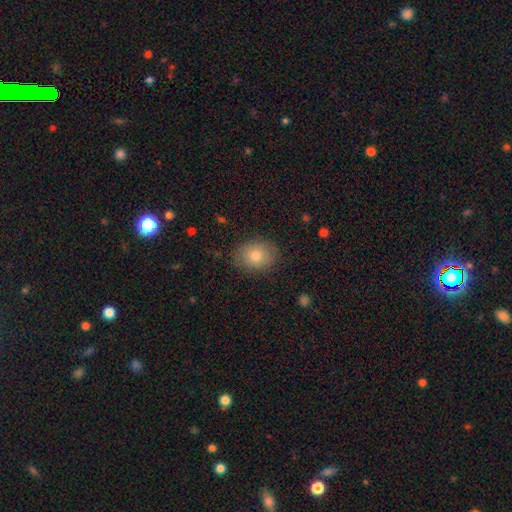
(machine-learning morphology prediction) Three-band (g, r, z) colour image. It shows a smooth galaxy with no disk features (78%) that is round (55%). Merging: none (86%).